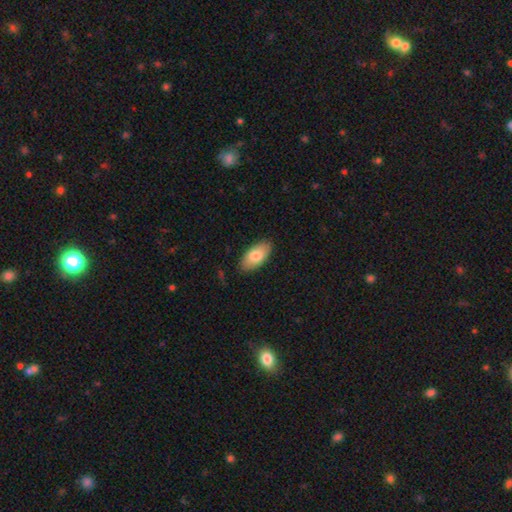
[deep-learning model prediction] Smooth or featured?
  - smooth: 81% *
  - featured or disk: 14%
  - star or artifact: 6%
How rounded?
  - in between: 93% *
  - cigar-shaped: 4%
  - round: 2%
Merging?
  - none: 86% *
  - minor disturbance: 11%
  - major disturbance: 2%
  - merger: 1%